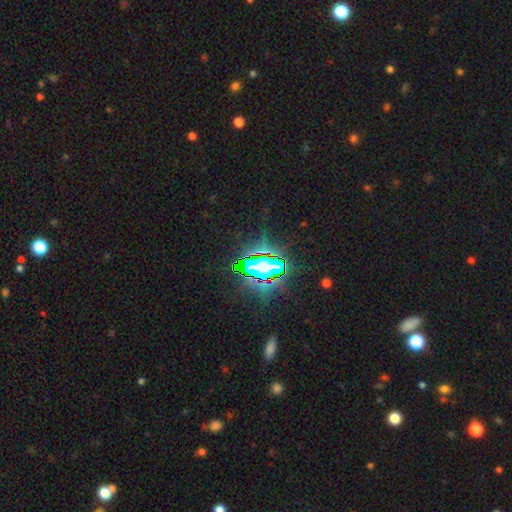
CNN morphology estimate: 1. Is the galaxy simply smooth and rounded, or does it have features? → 75% star or artifact, 14% smooth, 12% featured or disk.